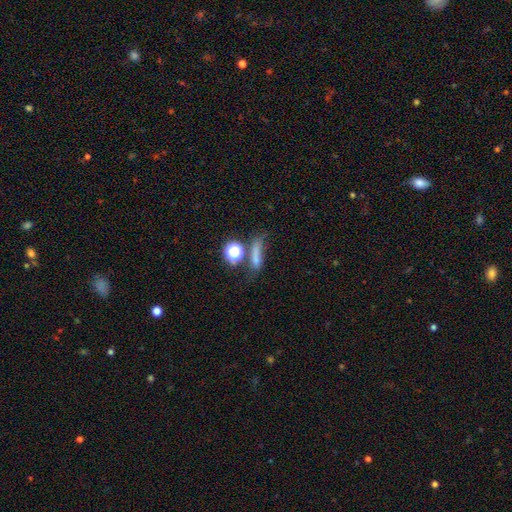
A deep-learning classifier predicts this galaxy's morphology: Smooth or featured? smooth (62%)
How rounded? cigar-shaped (47%)
Merging? none (46%)